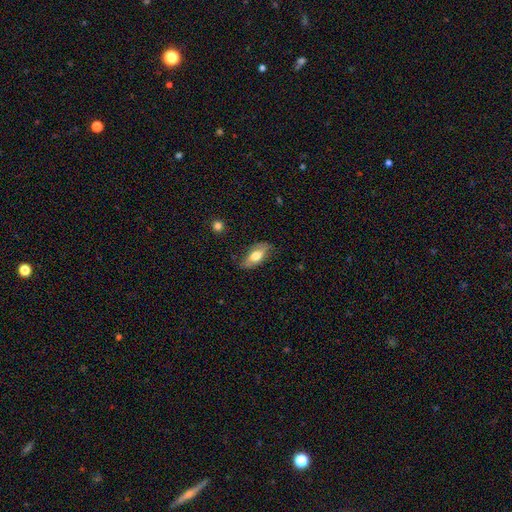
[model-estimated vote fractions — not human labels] smooth-or-featured: smooth: 60% | featured or disk: 34% | star or artifact: 6%
  how-rounded: in between: 82% | cigar-shaped: 15% | round: 3%
  merging: none: 75% | minor disturbance: 20% | major disturbance: 4% | merger: 1%